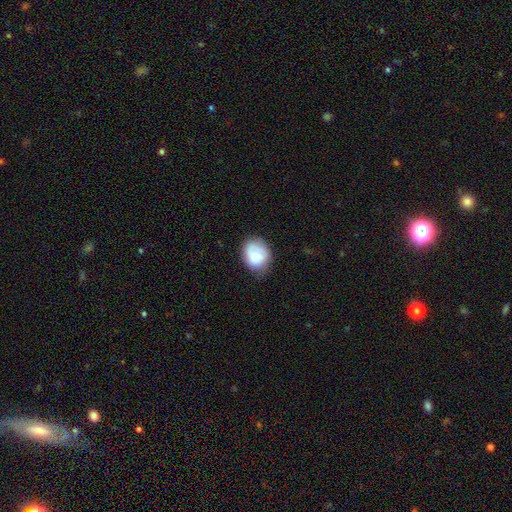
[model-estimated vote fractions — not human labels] Smooth or featured? smooth (78%)
How rounded? round (51%)
Merging? none (64%)